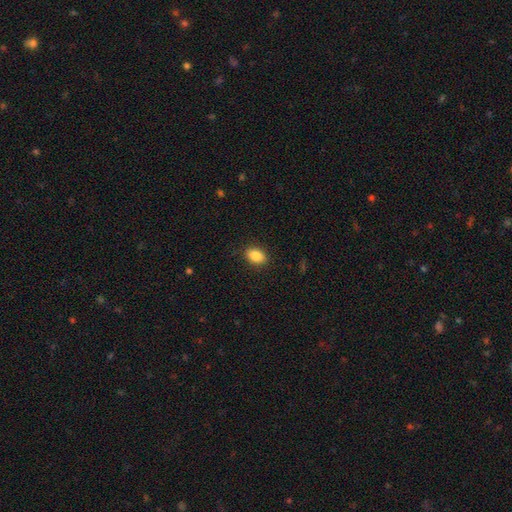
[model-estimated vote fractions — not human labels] The model was most divided on "how rounded": in between: 85%, round: 13%, cigar-shaped: 2%. More confident: merging — none (88%); smooth or featured — smooth (88%).